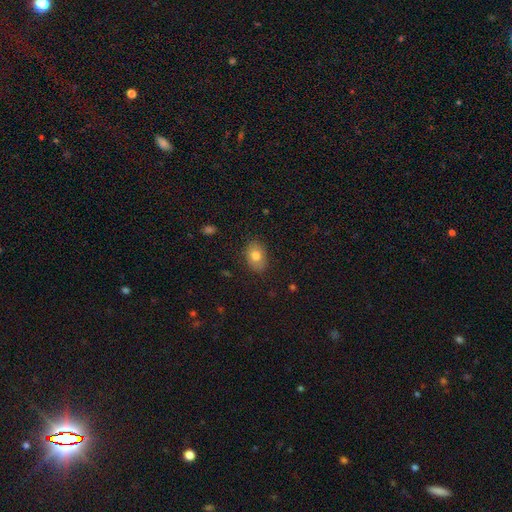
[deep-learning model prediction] Smooth or featured: smooth — 76% (featured or disk — 15%)
How rounded: in between — 79% (round — 20%)
Merging: none — 85% (minor disturbance — 12%)